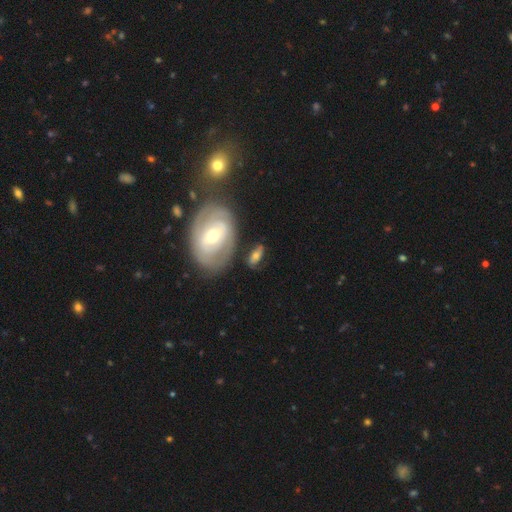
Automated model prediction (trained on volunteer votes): A smooth galaxy with no disk features (53%) that is in between round and cigar-shaped (79%). Merging: none (67%).